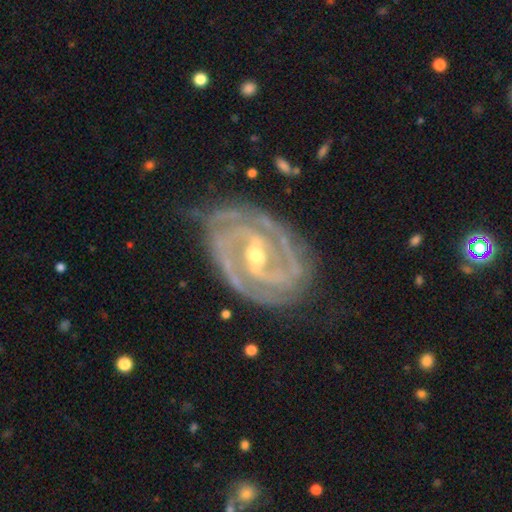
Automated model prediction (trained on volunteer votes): This appears to be a featured or disk galaxy (93%) with a strong bar (41%), 2 (69%) tight (70%) spiral arms (99%) and a small central bulge (51%). Merging: none (75%).